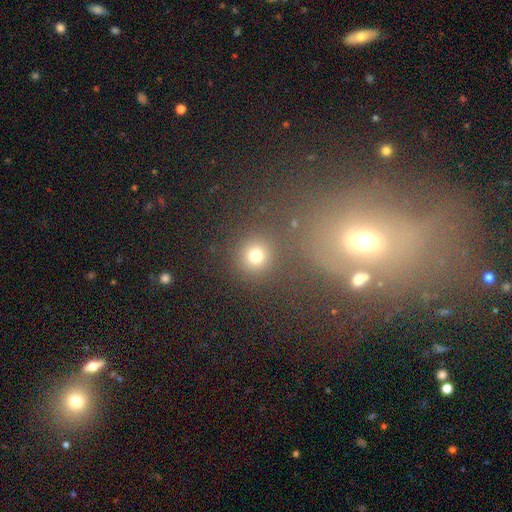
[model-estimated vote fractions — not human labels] The model was most divided on "smooth or featured": smooth: 71%, star or artifact: 22%, featured or disk: 8%. More confident: how rounded — round (91%); merging — none (83%).